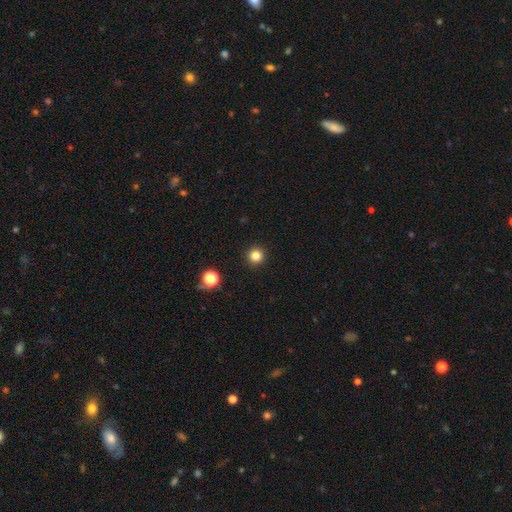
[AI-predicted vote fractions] Smooth or featured? smooth (82%)
How rounded? round (96%)
Merging? none (93%)